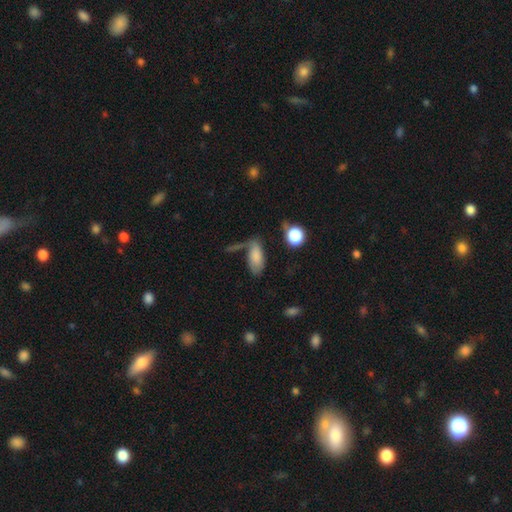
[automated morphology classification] This appears to be a smooth galaxy with no disk features (74%) that is in between round and cigar-shaped (87%). Merging: none (38%).